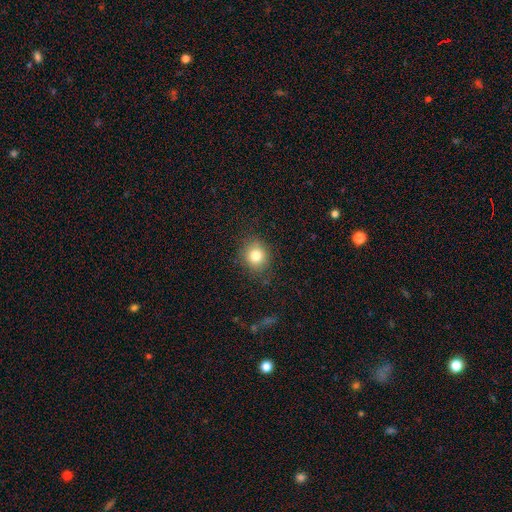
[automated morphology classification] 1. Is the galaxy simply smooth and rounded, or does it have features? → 81% smooth, 11% star or artifact, 8% featured or disk.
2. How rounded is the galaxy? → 75% round, 24% in between, 1% cigar-shaped.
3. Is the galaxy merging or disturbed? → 84% none, 11% minor disturbance, 3% major disturbance, 1% merger.